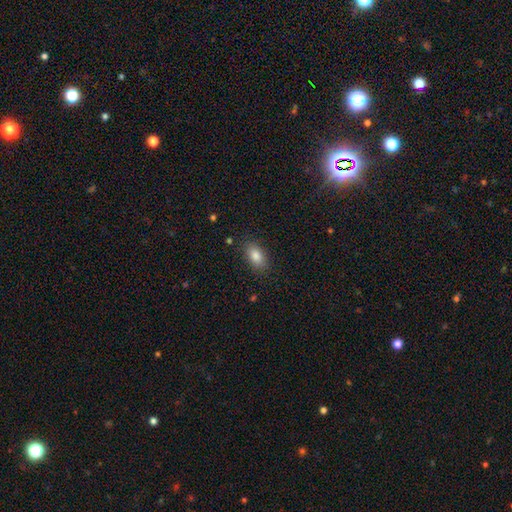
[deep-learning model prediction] Smooth or featured?
  - smooth: 85% *
  - star or artifact: 8%
  - featured or disk: 7%
How rounded?
  - in between: 90% *
  - round: 7%
  - cigar-shaped: 3%
Merging?
  - none: 86% *
  - minor disturbance: 10%
  - major disturbance: 3%
  - merger: 1%